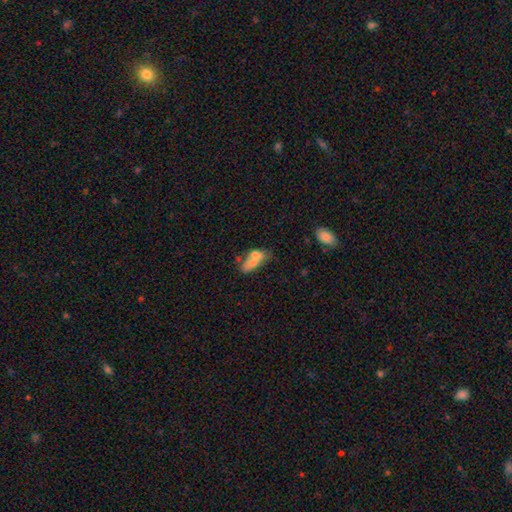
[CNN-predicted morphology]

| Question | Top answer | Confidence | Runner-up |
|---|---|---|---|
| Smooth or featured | smooth | 64% | featured or disk (27%) |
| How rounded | in between | 79% | round (12%) |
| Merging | merger | 60% | none (22%) |